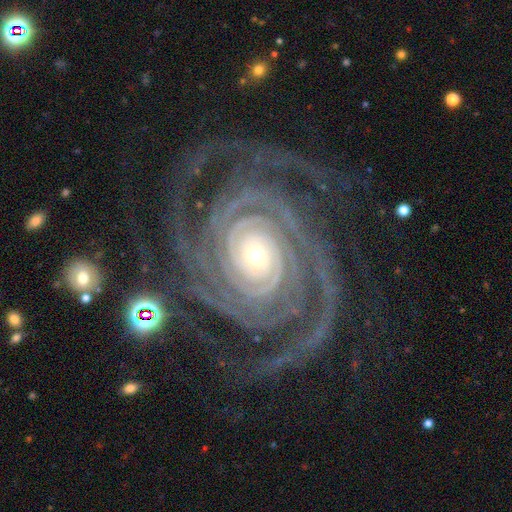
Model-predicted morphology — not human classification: Overall: featured or disk (93%). Edge-on disk: no (98%). Bar: no (71%). Spiral arms: yes (99%). Spiral arm count: 2 (27%; 4 18%). Spiral winding: tight (83%). Bulge size: small (60%; moderate 34%). Merging: none (71%).